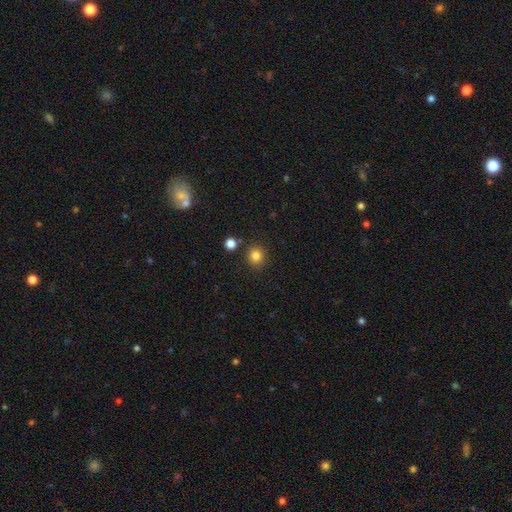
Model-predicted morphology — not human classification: smooth 83%, star or artifact 12%, featured or disk 5%. Down the decision tree: how rounded — round (88%); merging — none (85%).